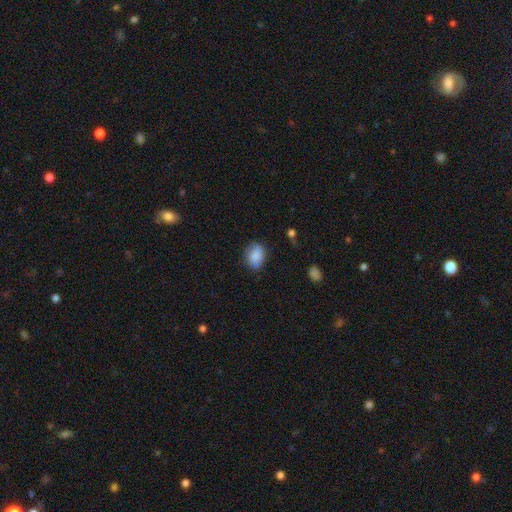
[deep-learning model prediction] Smooth or featured: smooth — 84% (featured or disk — 8%)
How rounded: in between — 64% (round — 35%)
Merging: none — 73% (minor disturbance — 21%)